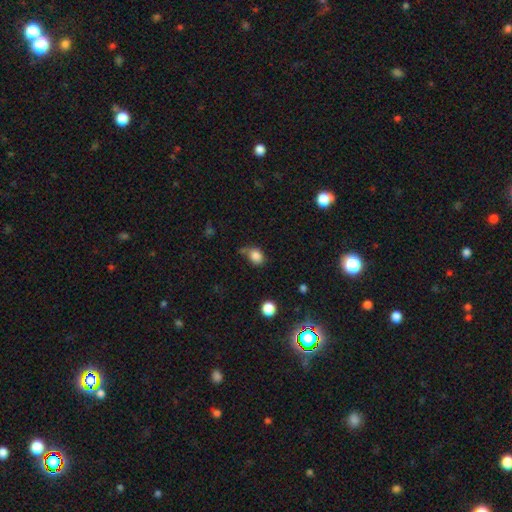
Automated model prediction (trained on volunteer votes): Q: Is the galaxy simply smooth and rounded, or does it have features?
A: smooth — 84%.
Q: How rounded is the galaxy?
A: round — 52%.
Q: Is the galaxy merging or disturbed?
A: none — 56%.